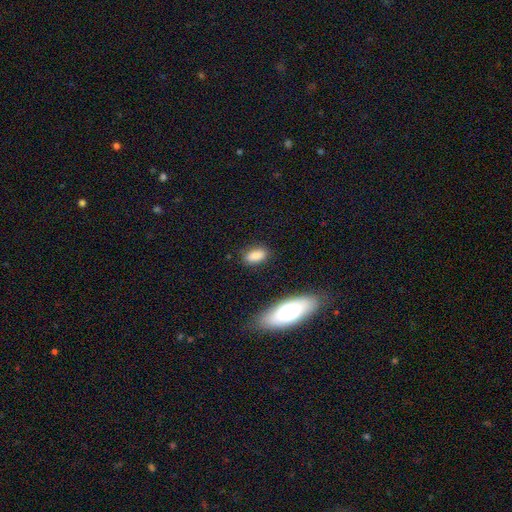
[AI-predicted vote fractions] This appears to be a smooth galaxy with no disk features (86%) that is in between round and cigar-shaped (89%). Merging: none (84%).